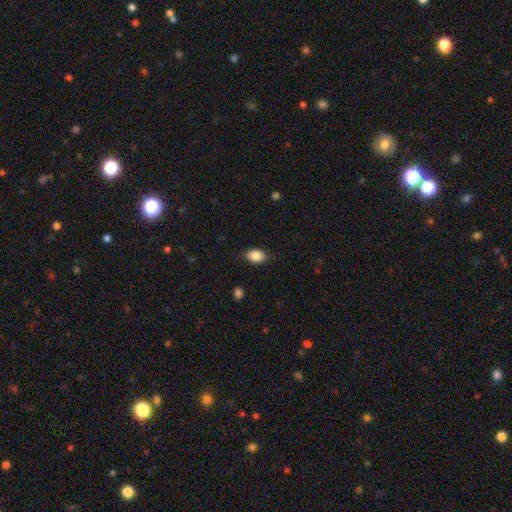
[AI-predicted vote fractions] smooth 87%, star or artifact 8%, featured or disk 6%. Down the decision tree: how rounded — in between (85%); merging — none (84%).